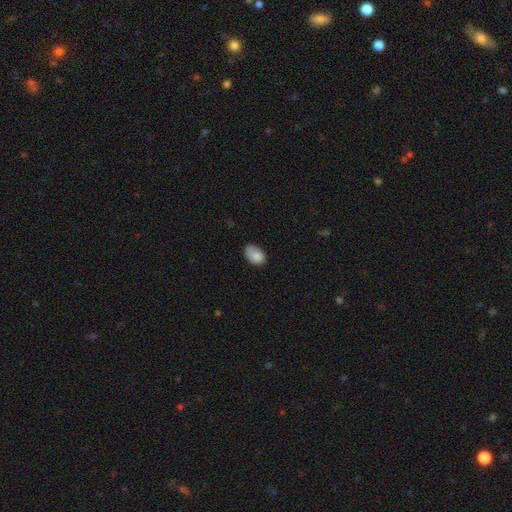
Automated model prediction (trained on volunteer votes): Smooth or featured: smooth — 82% (featured or disk — 10%)
How rounded: in between — 86% (round — 13%)
Merging: none — 55% (minor disturbance — 33%)